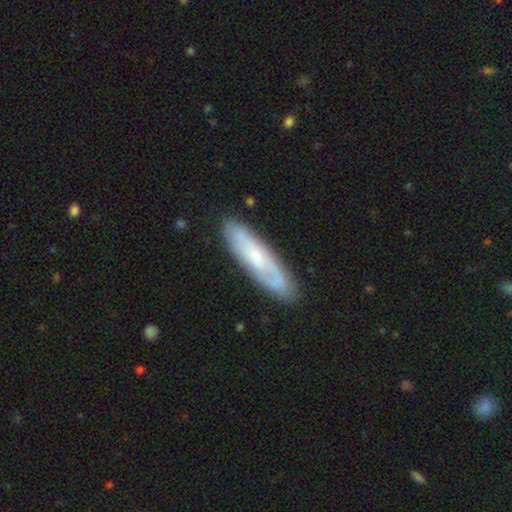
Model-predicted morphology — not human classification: Smooth or featured?
  - featured or disk: 58% *
  - smooth: 36%
  - star or artifact: 6%
Edge-on disk?
  - no: 71% *
  - yes: 29%
Merging?
  - none: 80% *
  - minor disturbance: 15%
  - major disturbance: 4%
  - merger: 2%